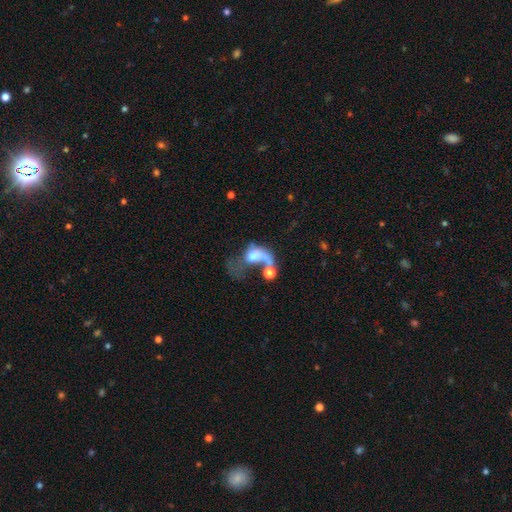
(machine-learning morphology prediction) A smooth galaxy with no disk features (47%).

Vote fractions:
- Smooth or featured? smooth: 47% / featured or disk: 42% / star or artifact: 11%
- Merging? major disturbance: 43% / merger: 39% / none: 11% / minor disturbance: 7%